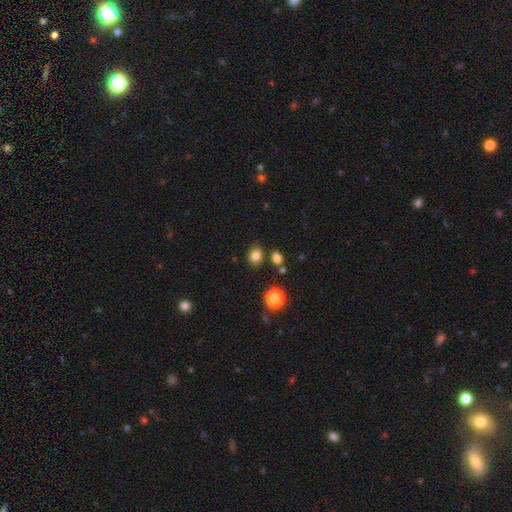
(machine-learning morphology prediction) This appears to be a smooth galaxy with no disk features (81%) that is round (57%). Merging: none (82%).